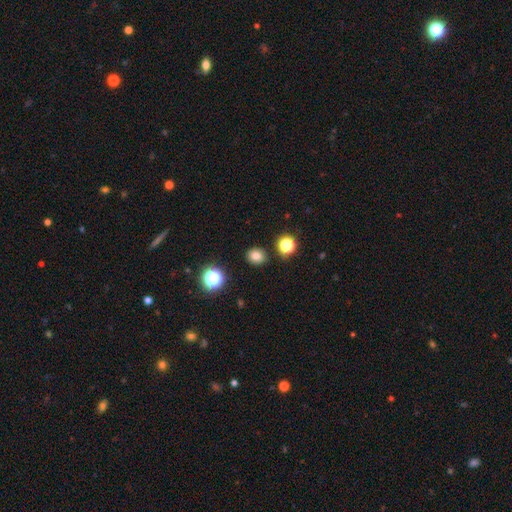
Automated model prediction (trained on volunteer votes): This is likely a smooth galaxy (79%). How rounded: likely round (69%). Merging: clearly none (88%).